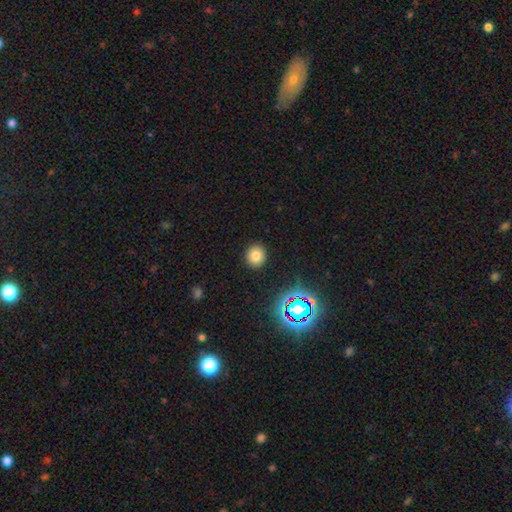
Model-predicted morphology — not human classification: Smooth or featured? smooth (76%)
How rounded? round (87%)
Merging? none (91%)